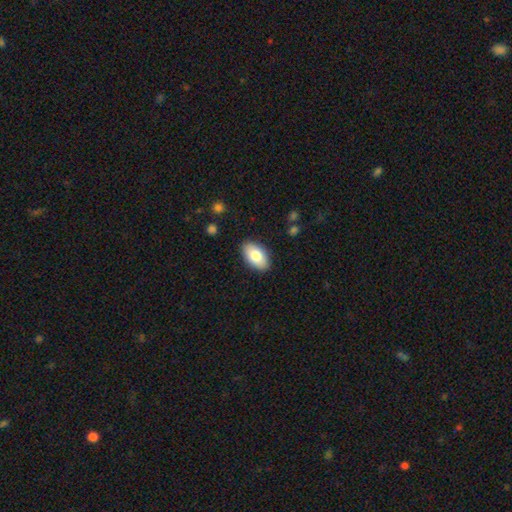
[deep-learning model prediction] Smooth or featured?
  - smooth: 81% *
  - featured or disk: 13%
  - star or artifact: 6%
How rounded?
  - in between: 94% *
  - round: 4%
  - cigar-shaped: 2%
Merging?
  - none: 88% *
  - minor disturbance: 9%
  - major disturbance: 2%
  - merger: 1%